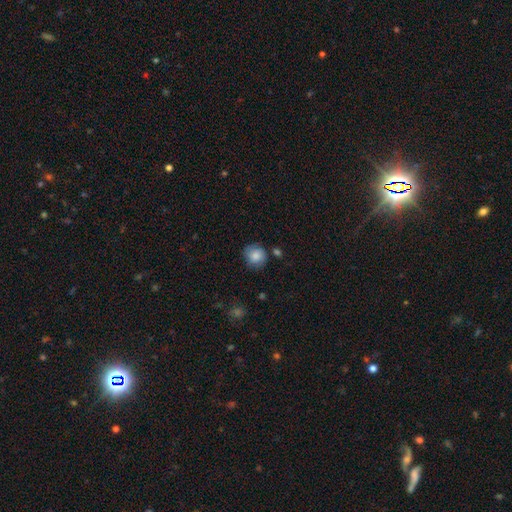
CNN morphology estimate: This appears to be a smooth galaxy with no disk features (83%) that is round (81%). Merging: none (72%).